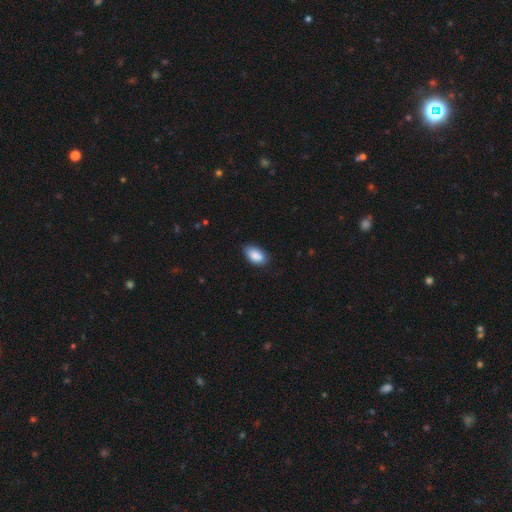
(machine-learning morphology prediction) This appears to be a smooth galaxy with no disk features (88%) that is in between round and cigar-shaped (93%). Merging: none (71%).